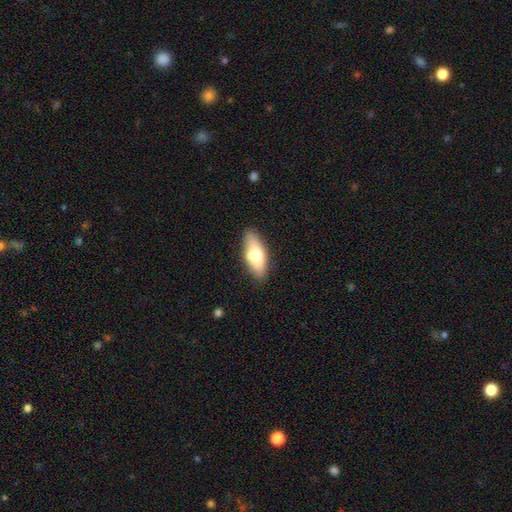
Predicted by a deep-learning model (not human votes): Smooth or featured? smooth (68%)
How rounded? in between (73%)
Merging? none (79%)